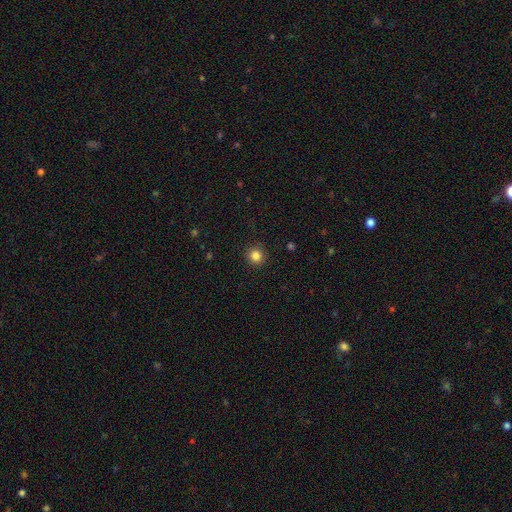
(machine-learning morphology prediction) A smooth galaxy with no disk features (84%) that is round (93%). Merging: none (91%).